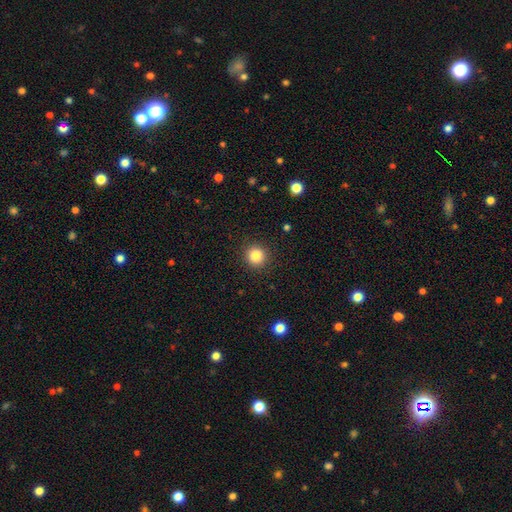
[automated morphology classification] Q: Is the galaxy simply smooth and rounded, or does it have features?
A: smooth — 85%.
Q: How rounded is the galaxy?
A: round — 94%.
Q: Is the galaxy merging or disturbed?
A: none — 92%.